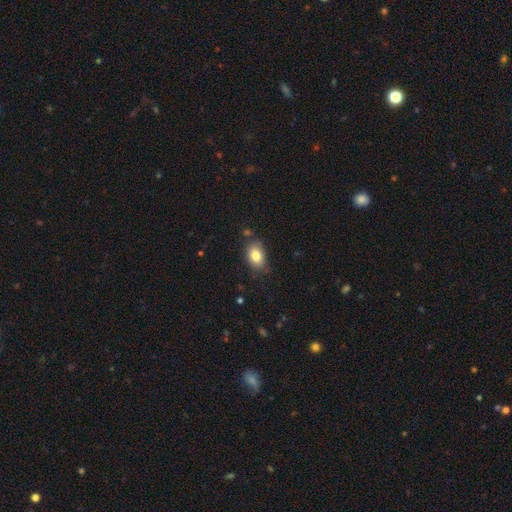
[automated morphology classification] Overall: smooth (82%). How rounded: in between (84%). Merging: none (75%).